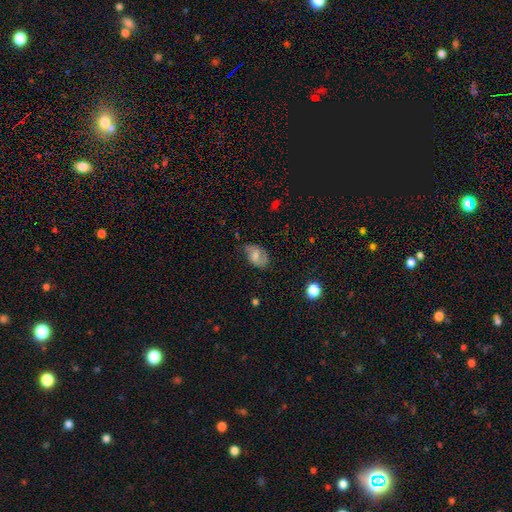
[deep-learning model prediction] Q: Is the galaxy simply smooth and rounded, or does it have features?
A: smooth — 53%.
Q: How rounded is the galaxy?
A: in between — 85%.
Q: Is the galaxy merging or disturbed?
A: none — 51%.